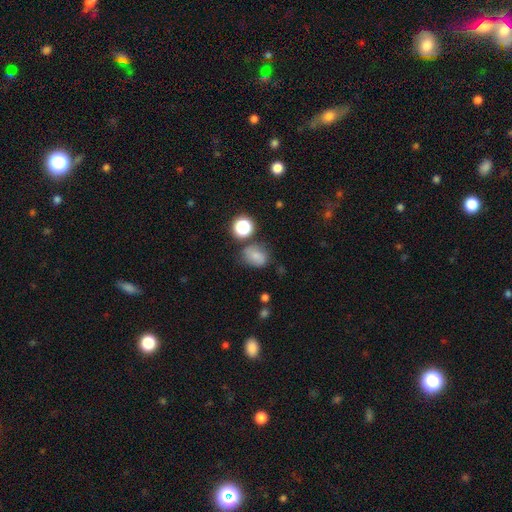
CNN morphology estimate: type=smooth (72%); roundness=in between (57%); merging=none (64%).